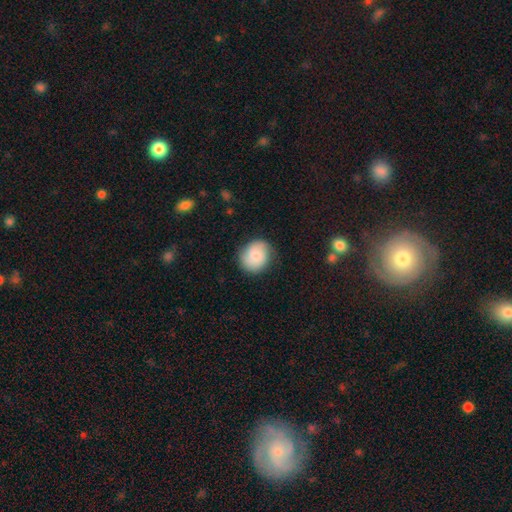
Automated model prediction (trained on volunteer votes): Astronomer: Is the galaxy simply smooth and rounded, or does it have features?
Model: smooth — 73%.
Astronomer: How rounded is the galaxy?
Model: round — 73%.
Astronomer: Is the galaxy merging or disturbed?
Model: none — 78%.